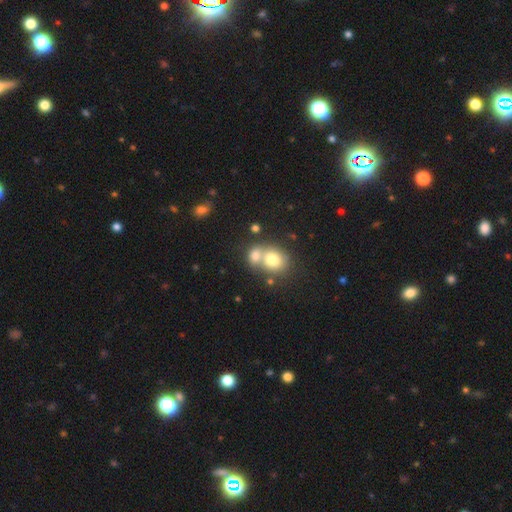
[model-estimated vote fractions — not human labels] A smooth galaxy with no disk features (74%) that is round (64%). Merging: merger (59%).